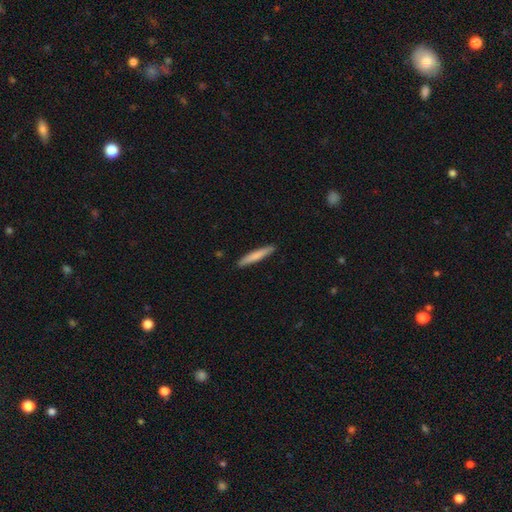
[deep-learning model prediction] Overall: smooth (76%). How rounded: cigar-shaped (95%). Merging: none (91%).